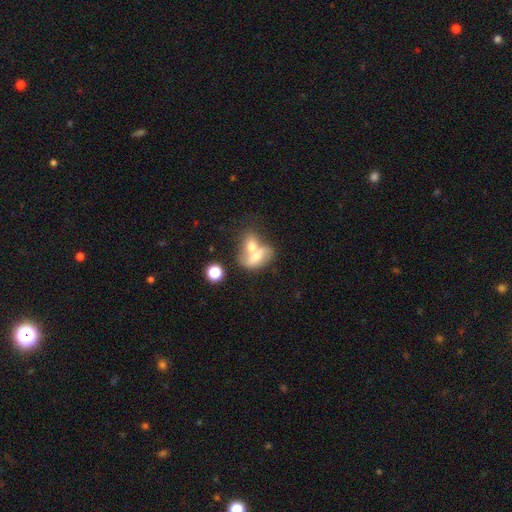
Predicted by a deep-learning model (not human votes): This appears to be a smooth galaxy with no disk features (55%) that is in between round and cigar-shaped (75%). Merging: merger (67%).